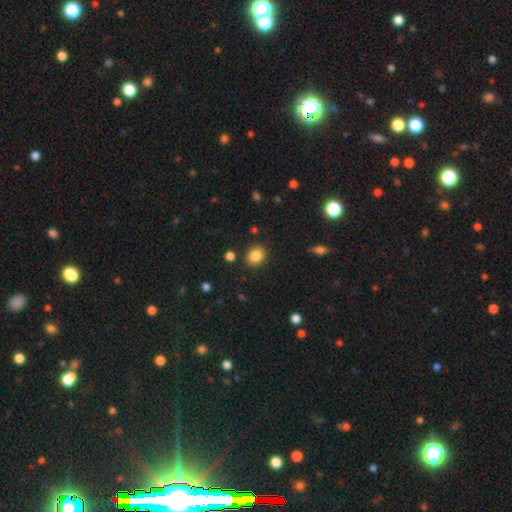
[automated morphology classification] Smooth or featured? Predicted: smooth (p=0.85). How rounded? Predicted: round (p=0.58). Merging? Predicted: none (p=0.88).